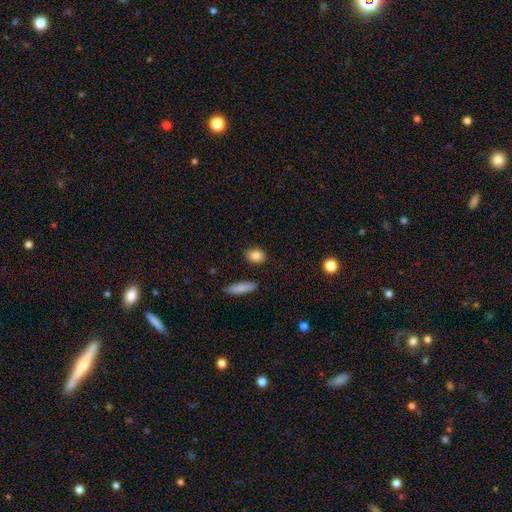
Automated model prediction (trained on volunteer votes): Smooth or featured? Predicted: smooth (p=0.86). How rounded? Predicted: in between (p=0.65). Merging? Predicted: none (p=0.87).